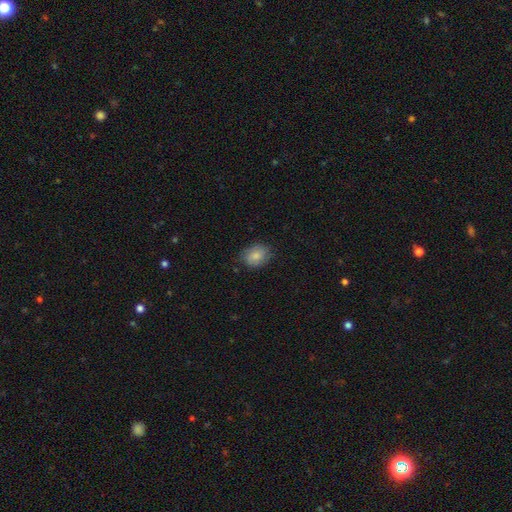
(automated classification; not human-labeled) smooth_or_featured: smooth (p=0.79) [alt: featured or disk p=0.13]
how_rounded: in between (p=0.64) [alt: round p=0.35]
merging: none (p=0.76) [alt: minor disturbance p=0.19]